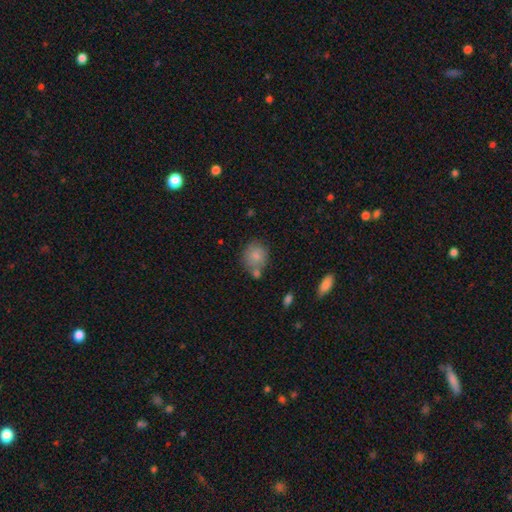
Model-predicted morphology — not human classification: type=smooth (81%); roundness=round (74%); merging=none (59%).